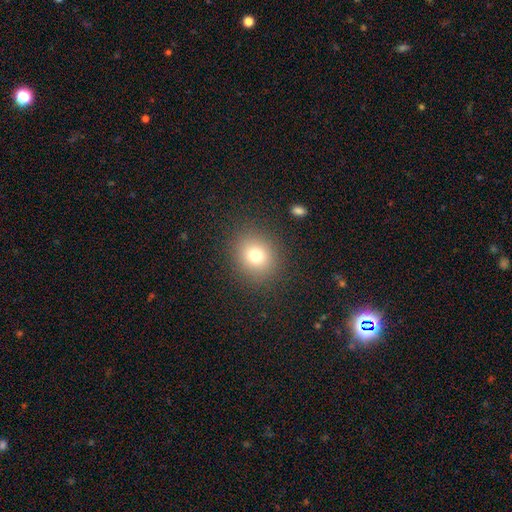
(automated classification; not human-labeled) Smooth or featured: smooth — 75% (star or artifact — 15%)
How rounded: round — 82% (in between — 17%)
Merging: none — 88% (minor disturbance — 7%)